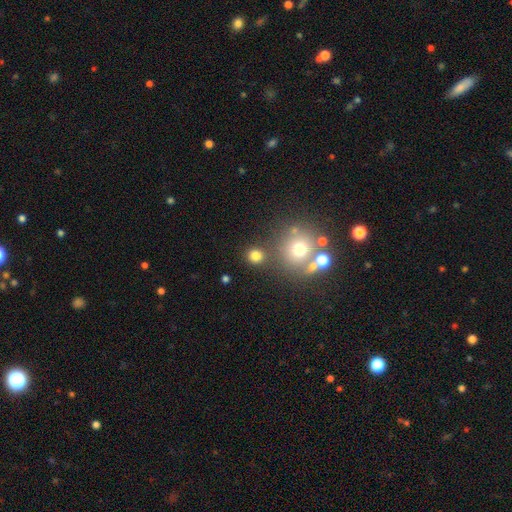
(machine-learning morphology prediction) Smooth or featured? smooth (75%)
How rounded? round (89%)
Merging? none (76%)